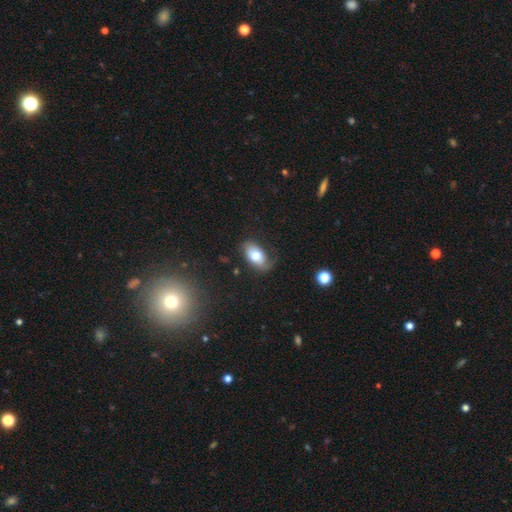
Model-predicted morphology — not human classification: Overall: smooth (68%). How rounded: in between (93%). Merging: none (57%; minor disturbance 28%).